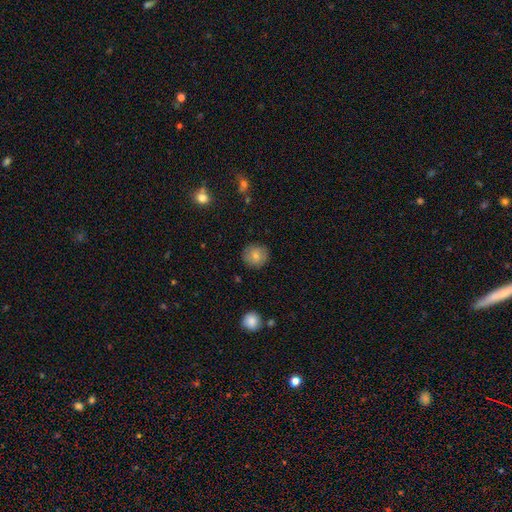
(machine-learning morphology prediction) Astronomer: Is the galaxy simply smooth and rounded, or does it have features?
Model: smooth — 79%.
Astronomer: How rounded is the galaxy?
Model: round — 89%.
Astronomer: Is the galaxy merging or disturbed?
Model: none — 87%.